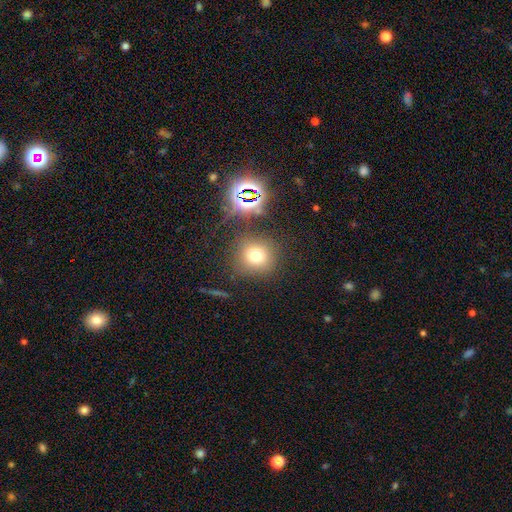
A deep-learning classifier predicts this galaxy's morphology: smooth 68%, star or artifact 23%, featured or disk 9%. Down the decision tree: how rounded — round (90%); merging — none (82%).